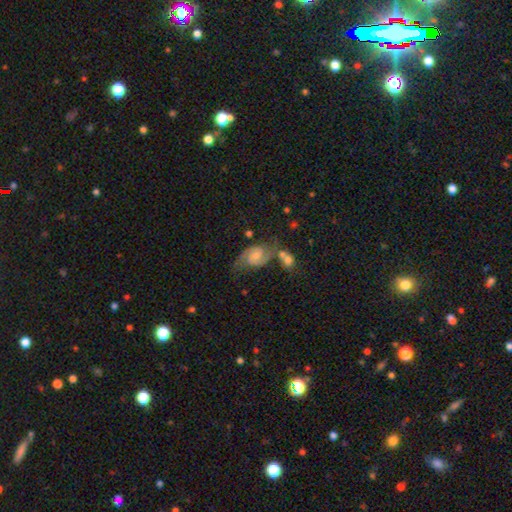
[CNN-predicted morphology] This is likely a featured or disk galaxy (78%). It is clearly not viewed edge-on (97%). Bar: possibly no (55%). Spiral arm pattern: clearly yes (95%). Spiral arm count: clearly 2 (89%). Spiral winding: possibly medium (50%). Central bulge: possibly small (46%). Merging: possibly none (53%).